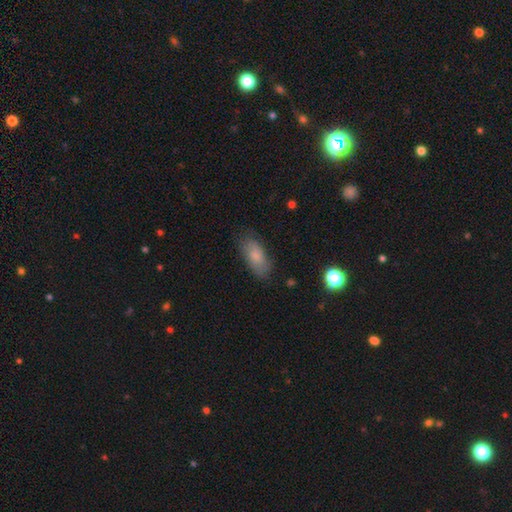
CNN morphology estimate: Smooth or featured?
  - smooth: 76% *
  - featured or disk: 16%
  - star or artifact: 8%
How rounded?
  - in between: 87% *
  - cigar-shaped: 10%
  - round: 3%
Merging?
  - none: 77% *
  - minor disturbance: 17%
  - major disturbance: 5%
  - merger: 1%